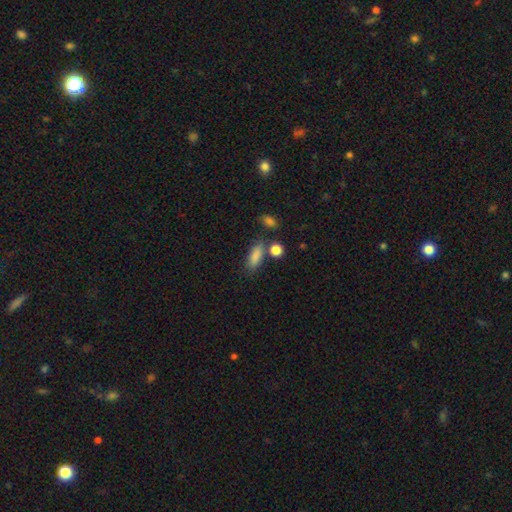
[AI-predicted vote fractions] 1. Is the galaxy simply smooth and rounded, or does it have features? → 84% smooth, 9% star or artifact, 7% featured or disk.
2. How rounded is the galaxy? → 68% in between, 24% cigar-shaped, 7% round.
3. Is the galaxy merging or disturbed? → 66% none, 16% minor disturbance, 12% merger, 6% major disturbance.